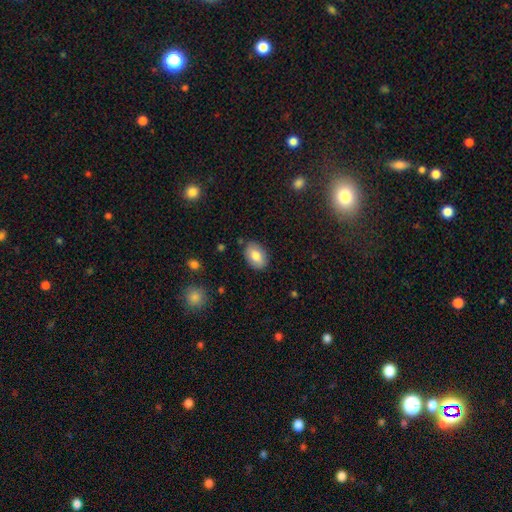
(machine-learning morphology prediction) Q: Smooth or featured?
A: smooth (81%); runner-up: featured or disk (12%)
Q: How rounded?
A: in between (85%); runner-up: round (14%)
Q: Merging?
A: none (85%); runner-up: minor disturbance (11%)